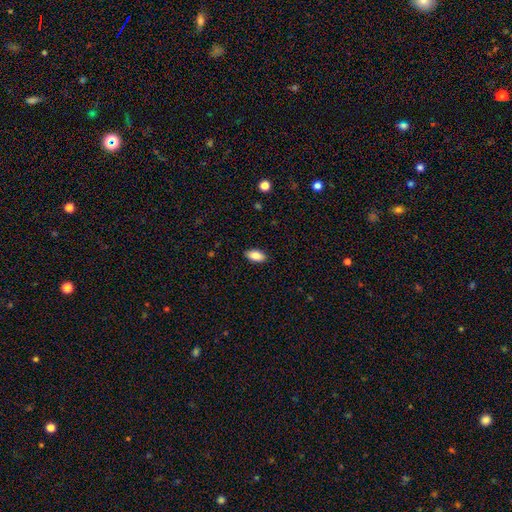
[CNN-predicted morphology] Q: Smooth or featured?
A: smooth (87%); runner-up: star or artifact (7%)
Q: How rounded?
A: in between (92%); runner-up: cigar-shaped (5%)
Q: Merging?
A: none (89%); runner-up: minor disturbance (8%)